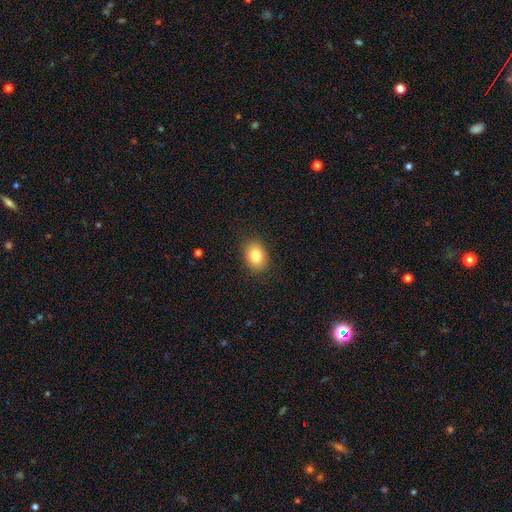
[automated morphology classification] smooth-or-featured: smooth: 83% | star or artifact: 9% | featured or disk: 9%
  how-rounded: in between: 72% | round: 27% | cigar-shaped: 1%
  merging: none: 87% | minor disturbance: 9% | major disturbance: 2% | merger: 1%